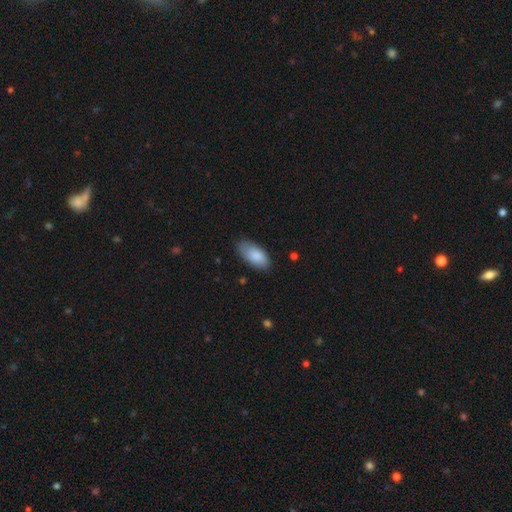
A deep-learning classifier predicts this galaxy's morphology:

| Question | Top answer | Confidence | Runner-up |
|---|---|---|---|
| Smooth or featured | smooth | 86% | featured or disk (8%) |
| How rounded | in between | 92% | cigar-shaped (6%) |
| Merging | none | 77% | minor disturbance (19%) |